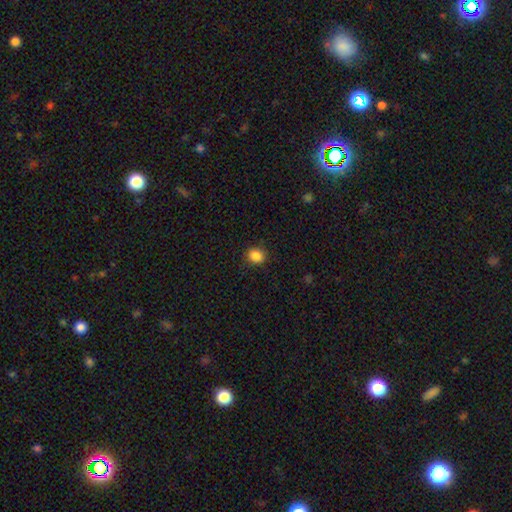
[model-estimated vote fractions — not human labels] Smooth or featured?
  - smooth: 86% *
  - star or artifact: 10%
  - featured or disk: 3%
How rounded?
  - round: 68% *
  - in between: 31%
  - cigar-shaped: 1%
Merging?
  - none: 86% *
  - minor disturbance: 11%
  - major disturbance: 3%
  - merger: 1%